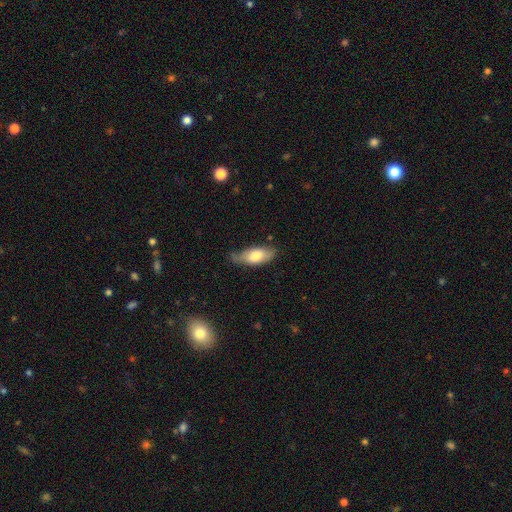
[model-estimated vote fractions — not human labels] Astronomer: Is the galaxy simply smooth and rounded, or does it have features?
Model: smooth — 72%.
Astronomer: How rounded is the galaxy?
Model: in between — 80%.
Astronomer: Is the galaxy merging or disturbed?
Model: none — 56% (runner-up: minor disturbance, 34%).